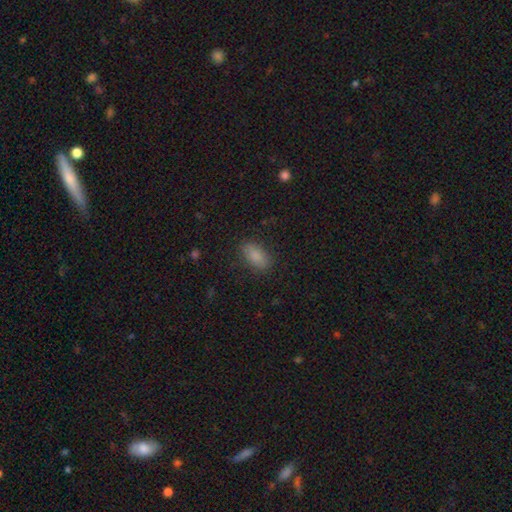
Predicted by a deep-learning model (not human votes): smooth 85%, star or artifact 8%, featured or disk 6%. Down the decision tree: how rounded — in between (90%); merging — none (85%).